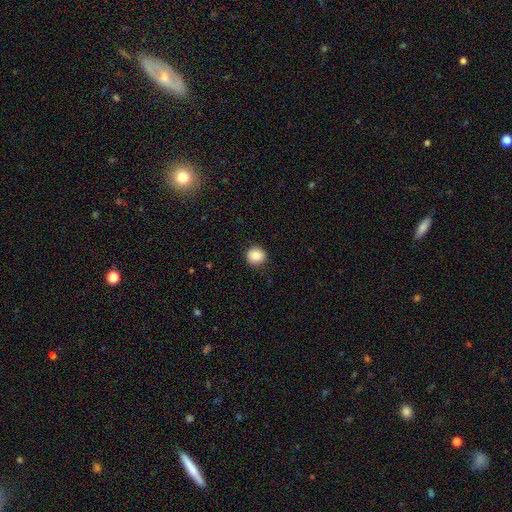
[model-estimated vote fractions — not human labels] Smooth or featured? Predicted: smooth (p=0.86). How rounded? Predicted: round (p=0.90). Merging? Predicted: none (p=0.90).